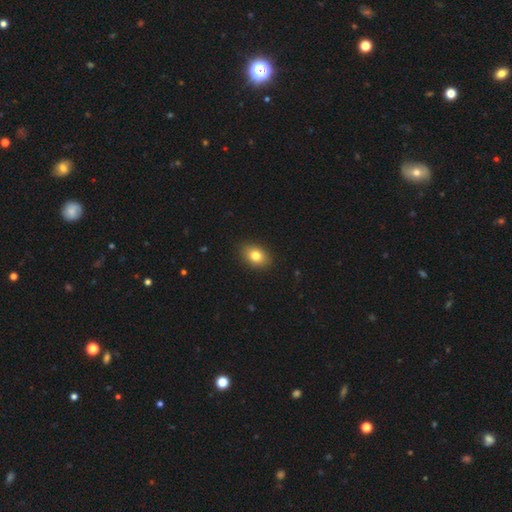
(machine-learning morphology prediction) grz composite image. It shows a smooth galaxy with no disk features (80%) that is in between round and cigar-shaped (77%). Merging: none (88%).